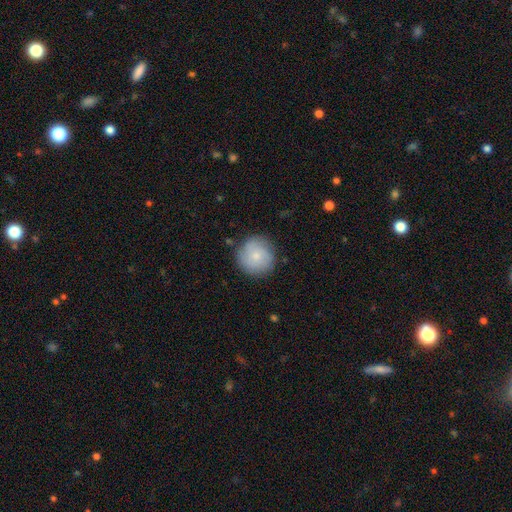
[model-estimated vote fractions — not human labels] A smooth galaxy with no disk features (73%) that is round (94%).

Vote fractions:
- Smooth or featured? smooth: 73% / featured or disk: 21% / star or artifact: 7%
- How rounded? round: 94% / in between: 5% / cigar-shaped: 1%
- Merging? none: 81% / minor disturbance: 13% / major disturbance: 3% / merger: 2%